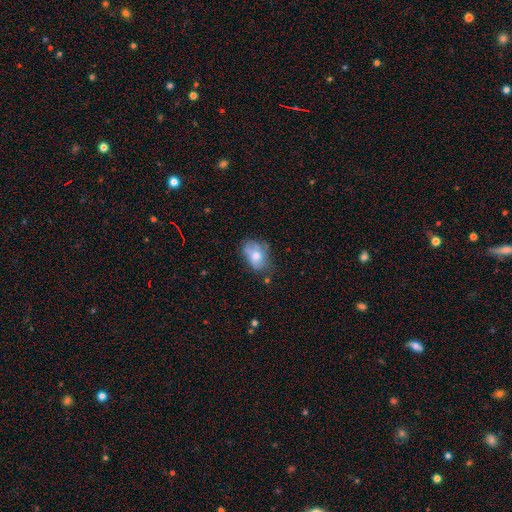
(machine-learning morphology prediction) smooth_or_featured: smooth (p=0.61) [alt: featured or disk p=0.30]
how_rounded: in between (p=0.79) [alt: round p=0.20]
merging: none (p=0.41) [alt: minor disturbance p=0.34]